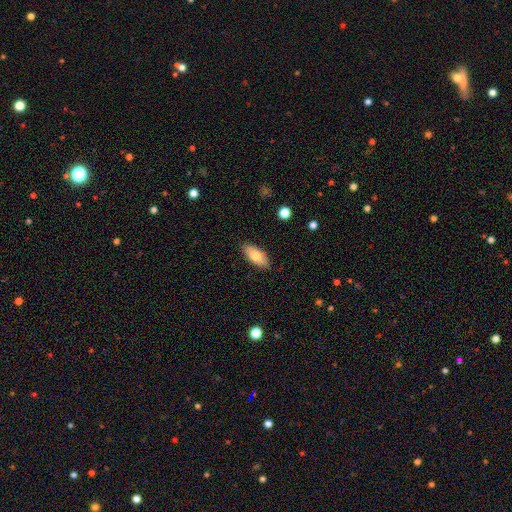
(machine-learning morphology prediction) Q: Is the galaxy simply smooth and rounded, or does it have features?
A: smooth — 75%.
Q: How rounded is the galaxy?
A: in between — 85%.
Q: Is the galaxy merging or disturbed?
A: none — 88%.